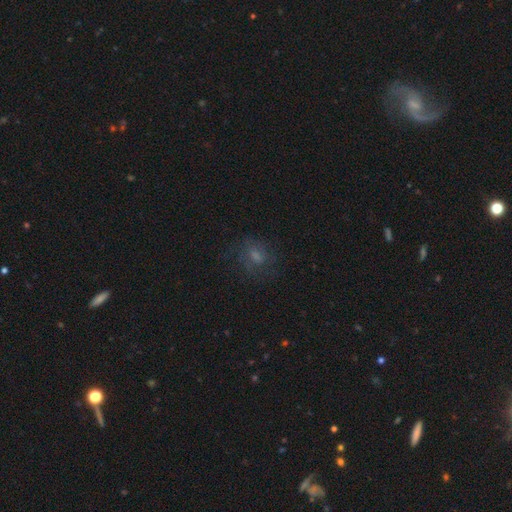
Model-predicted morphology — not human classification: This appears to be a smooth galaxy with no disk features (41%). Merging: none (66%).